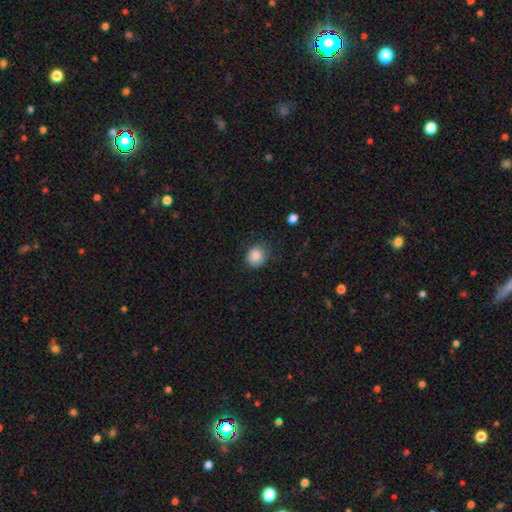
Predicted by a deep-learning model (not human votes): smooth-or-featured: smooth: 86% | star or artifact: 9% | featured or disk: 5%
  how-rounded: round: 76% | in between: 23% | cigar-shaped: 1%
  merging: none: 76% | minor disturbance: 18% | major disturbance: 5% | merger: 1%